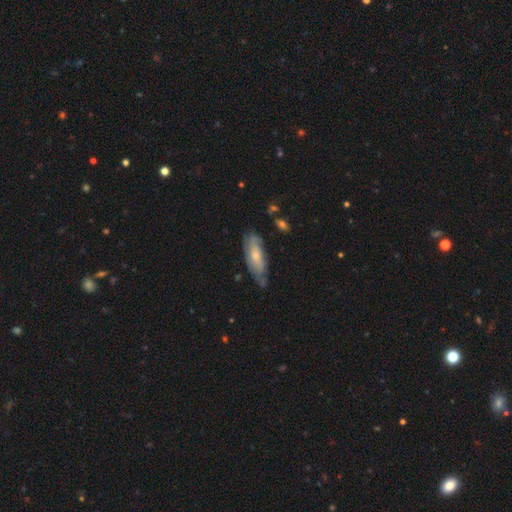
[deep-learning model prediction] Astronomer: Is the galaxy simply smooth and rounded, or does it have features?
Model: featured or disk — 48% (runner-up: smooth, 46%).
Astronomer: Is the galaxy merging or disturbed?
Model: none — 57%.